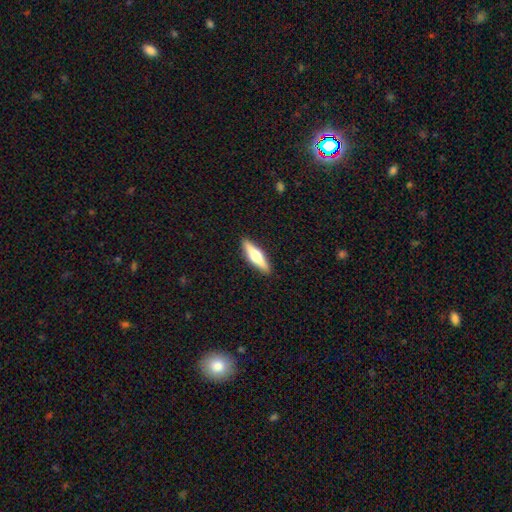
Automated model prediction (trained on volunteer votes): smooth_or_featured: featured or disk (p=0.51) [alt: smooth p=0.44]
disk_edge_on: yes (p=0.94) [alt: no p=0.06]
merging: none (p=0.91) [alt: minor disturbance p=0.07]